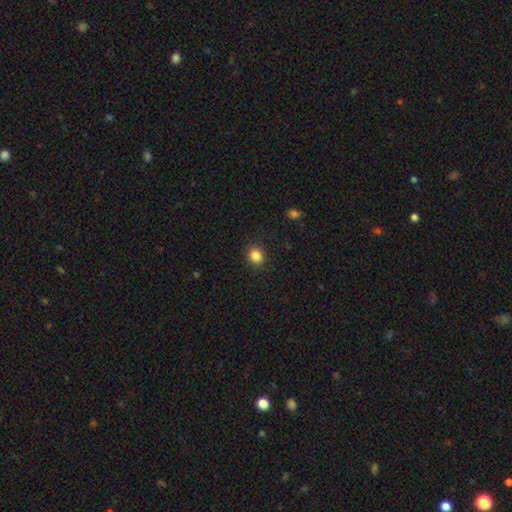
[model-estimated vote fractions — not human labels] smooth-or-featured: smooth: 85% | star or artifact: 11% | featured or disk: 4%
  how-rounded: round: 85% | in between: 14% | cigar-shaped: 1%
  merging: none: 91% | minor disturbance: 6% | major disturbance: 2% | merger: 1%